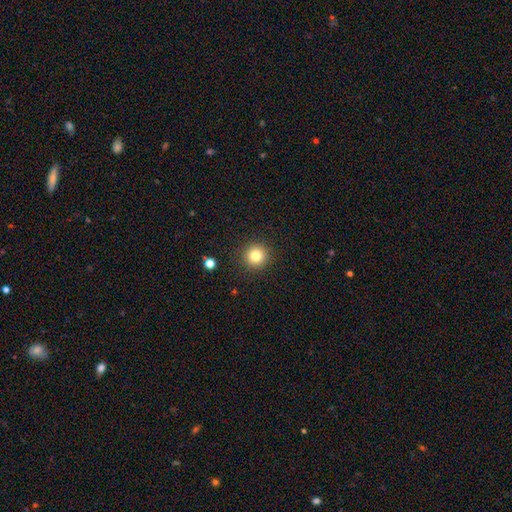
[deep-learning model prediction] Overall: smooth (81%). How rounded: round (95%). Merging: none (91%).